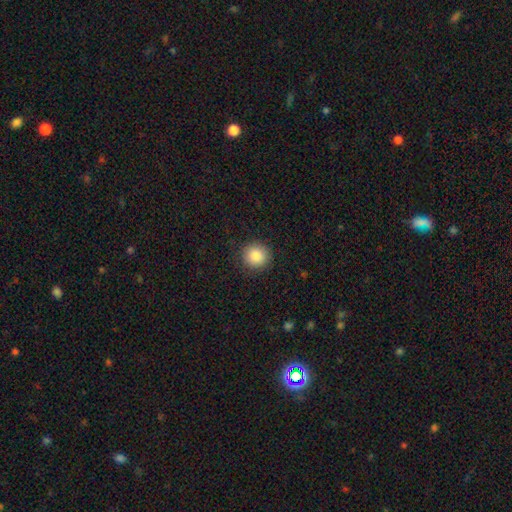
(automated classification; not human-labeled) Morphology: type=smooth (87%); roundness=round (92%); merging=none (90%).